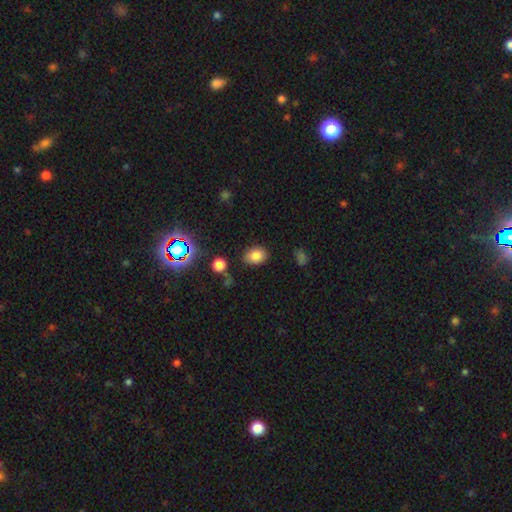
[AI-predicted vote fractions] The model was most divided on "how rounded": in between: 69%, round: 30%, cigar-shaped: 1%. More confident: merging — none (82%); smooth or featured — smooth (80%).